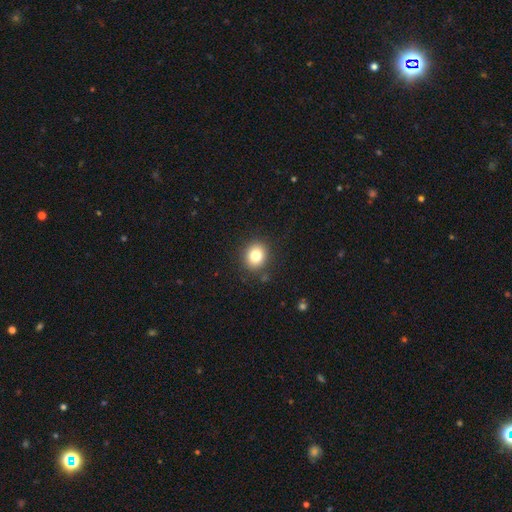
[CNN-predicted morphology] type=smooth (81%); roundness=round (76%); merging=none (88%).